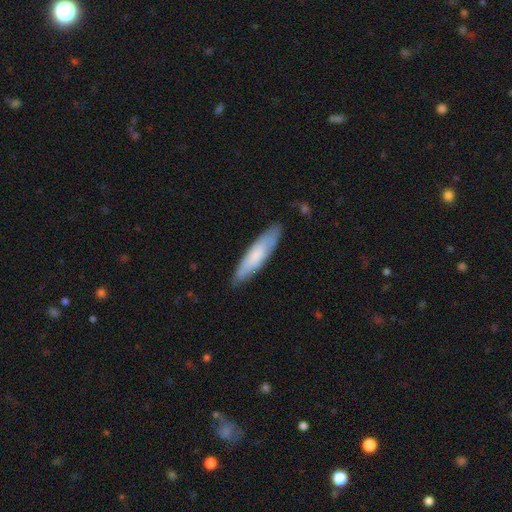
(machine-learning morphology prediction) A smooth galaxy with no disk features (69%) that is cigar-shaped (79%). Merging: none (84%).